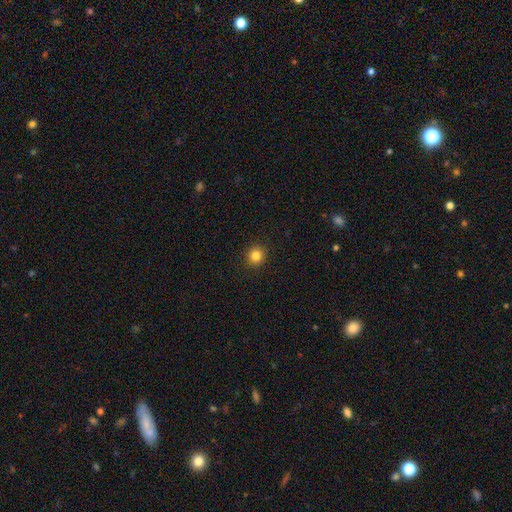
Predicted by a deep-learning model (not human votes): Morphology: type=smooth (84%); roundness=round (93%); merging=none (92%).